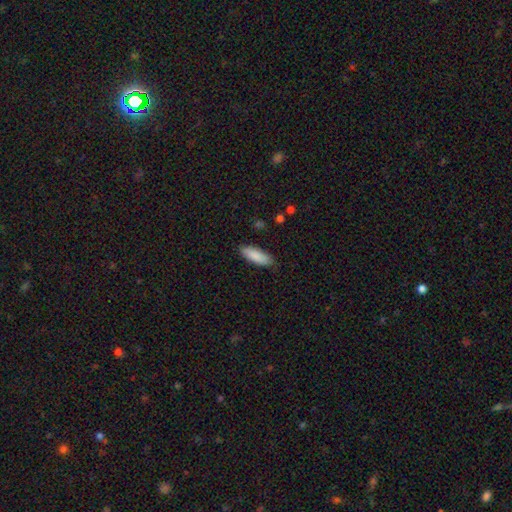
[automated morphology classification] Overall: smooth (88%). How rounded: in between (64%; cigar-shaped 35%). Merging: none (85%).